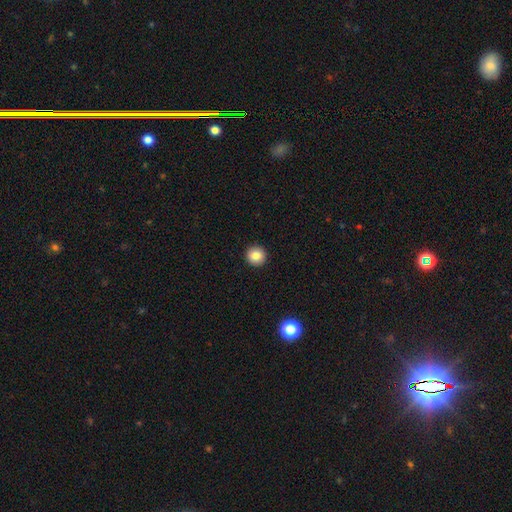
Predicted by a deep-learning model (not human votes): This is clearly a smooth galaxy (85%). How rounded: clearly round (95%). Merging: clearly none (94%).